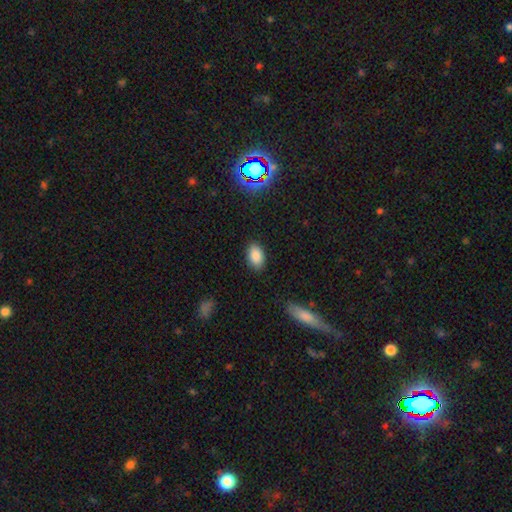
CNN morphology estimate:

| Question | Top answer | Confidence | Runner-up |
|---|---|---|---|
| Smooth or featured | smooth | 87% | star or artifact (8%) |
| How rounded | in between | 91% | round (7%) |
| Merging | none | 87% | minor disturbance (10%) |